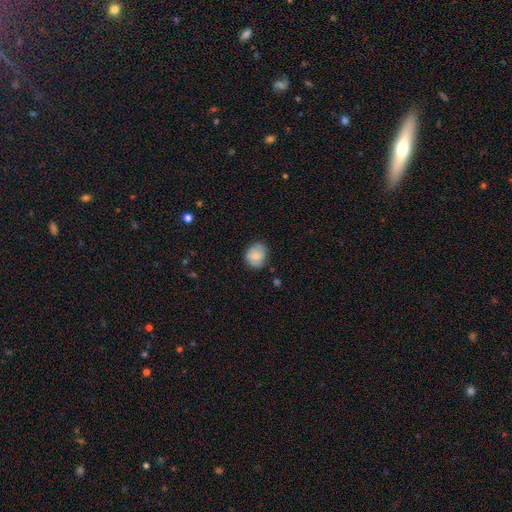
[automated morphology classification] smooth_or_featured: smooth (p=0.75) [alt: featured or disk p=0.18]
how_rounded: round (p=0.62) [alt: in between p=0.37]
merging: none (p=0.71) [alt: minor disturbance p=0.23]